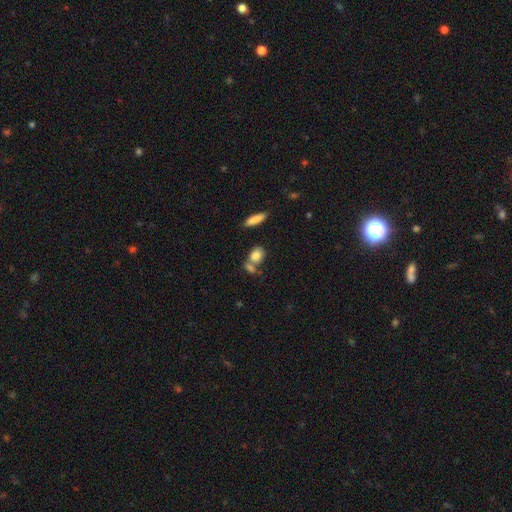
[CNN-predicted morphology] Smooth or featured: smooth — 82% (featured or disk — 10%)
How rounded: in between — 56% (round — 39%)
Merging: none — 50% (merger — 33%)